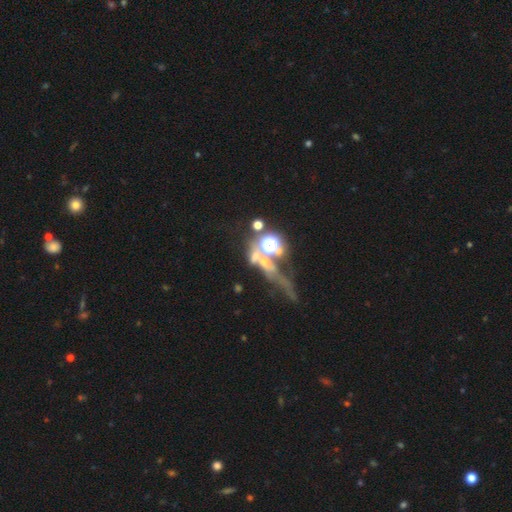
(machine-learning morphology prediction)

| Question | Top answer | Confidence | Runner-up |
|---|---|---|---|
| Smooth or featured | star or artifact | 40% | smooth (34%) |